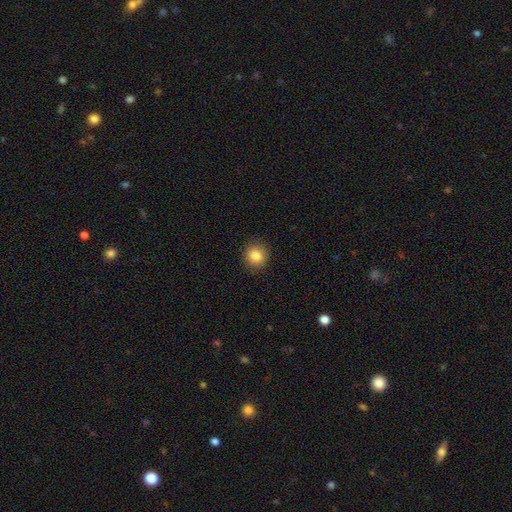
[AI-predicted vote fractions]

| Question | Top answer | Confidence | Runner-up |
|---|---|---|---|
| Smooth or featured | smooth | 85% | star or artifact (10%) |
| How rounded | round | 86% | in between (13%) |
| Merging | none | 89% | minor disturbance (8%) |